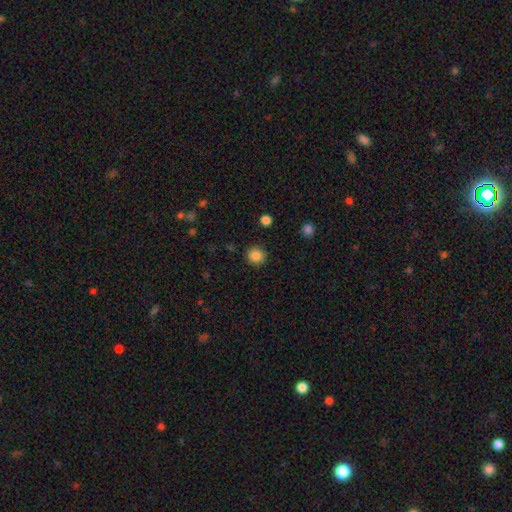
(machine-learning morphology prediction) Overall: smooth (86%). How rounded: round (91%). Merging: none (90%).